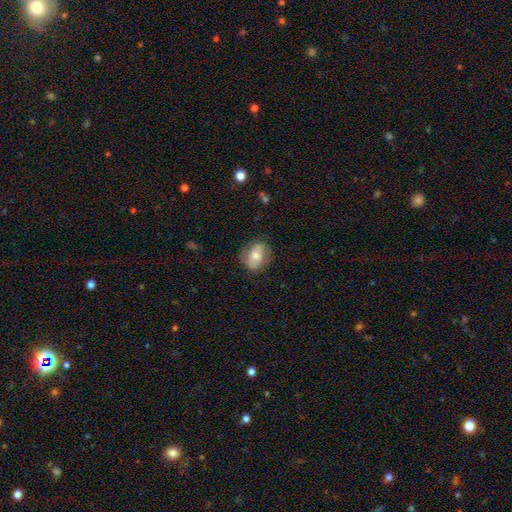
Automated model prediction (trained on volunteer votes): smooth-or-featured: smooth: 58% | featured or disk: 35% | star or artifact: 7%
  how-rounded: in between: 64% | round: 34% | cigar-shaped: 2%
  merging: none: 73% | minor disturbance: 19% | major disturbance: 7% | merger: 1%